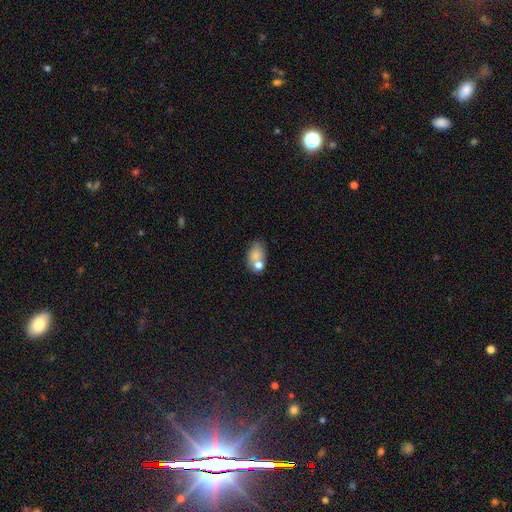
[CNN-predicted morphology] This appears to be a smooth galaxy with no disk features (73%) that is in between round and cigar-shaped (78%). Merging: none (42%).